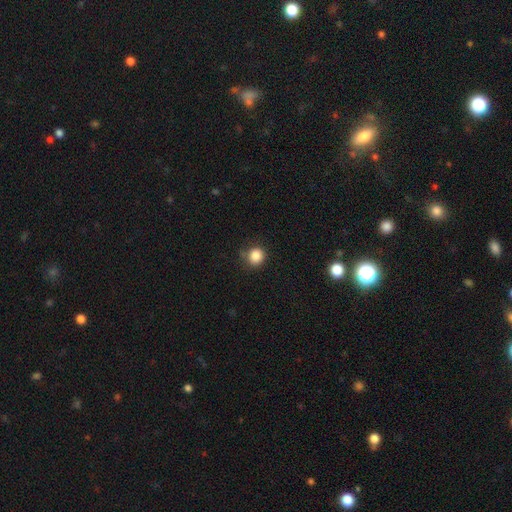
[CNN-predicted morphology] This is clearly a smooth galaxy (85%). How rounded: clearly round (89%). Merging: likely none (78%).